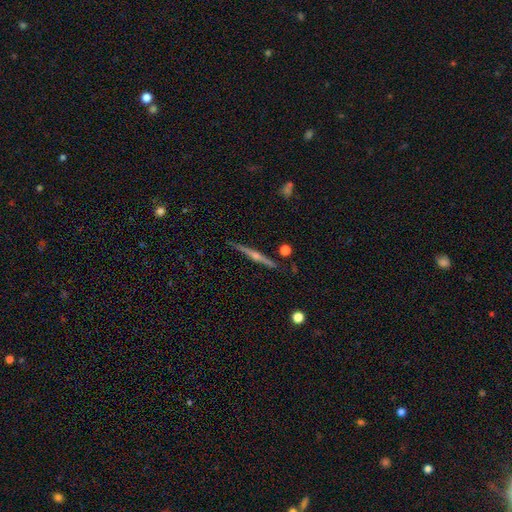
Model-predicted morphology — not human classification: Overall: featured or disk (75%). Edge-on disk: yes (97%). Edge-on bulge: rounded (80%). Merging: none (87%).